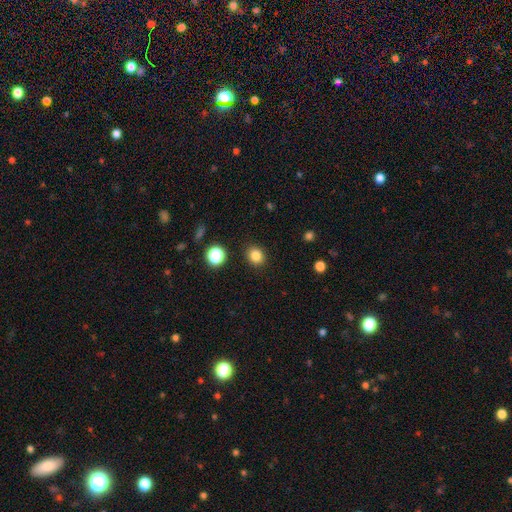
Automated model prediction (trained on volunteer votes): Smooth or featured? smooth (84%)
How rounded? round (71%)
Merging? none (90%)